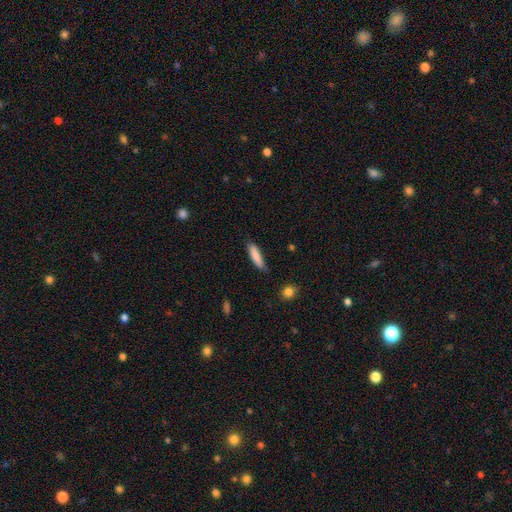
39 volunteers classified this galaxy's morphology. This is clearly a smooth galaxy (92%). How rounded: clearly cigar-shaped (86%). Merging: likely none (78%).